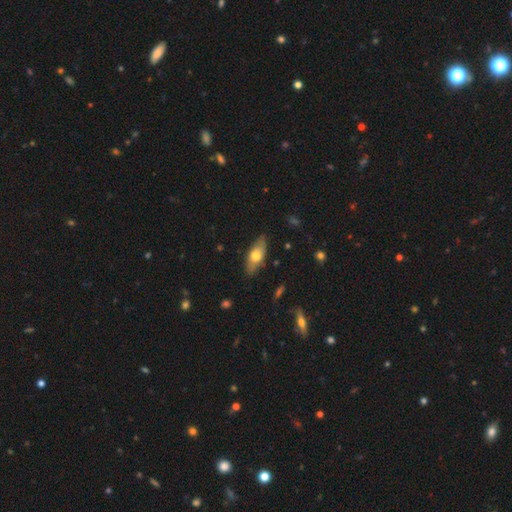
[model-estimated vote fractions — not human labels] smooth-or-featured: smooth: 60% | featured or disk: 34% | star or artifact: 6%
  how-rounded: in between: 78% | cigar-shaped: 19% | round: 3%
  merging: none: 80% | minor disturbance: 16% | major disturbance: 3% | merger: 1%